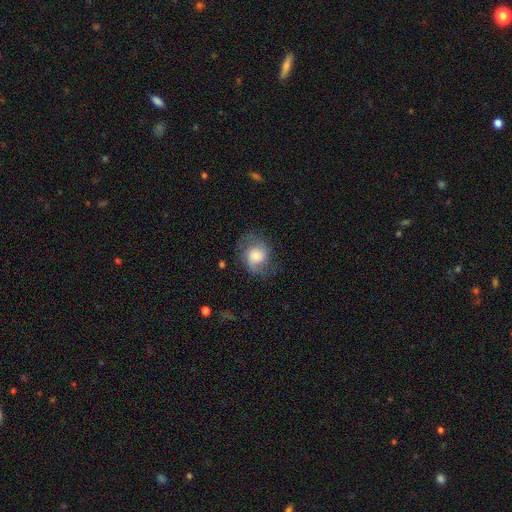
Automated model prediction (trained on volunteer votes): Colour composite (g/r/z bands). It shows a featured or disk galaxy (49%). Merging: none (62%).